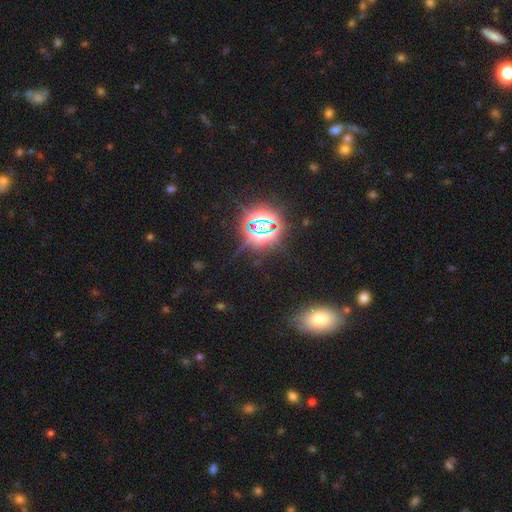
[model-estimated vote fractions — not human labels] Smooth or featured? Predicted: smooth (p=0.46). Merging? Predicted: none (p=0.86).